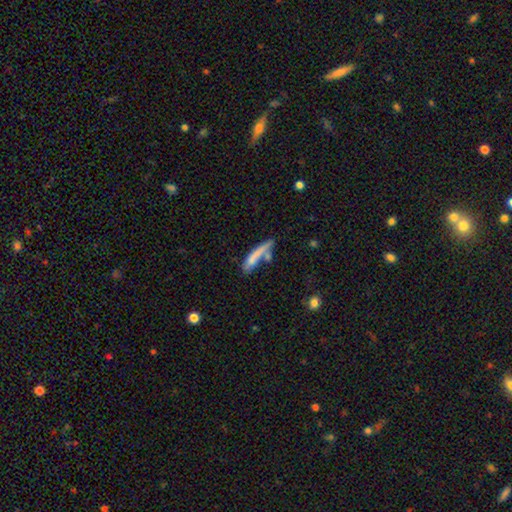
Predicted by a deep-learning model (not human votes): Q: Smooth or featured?
A: smooth (68%); runner-up: featured or disk (24%)
Q: How rounded?
A: cigar-shaped (86%); runner-up: in between (12%)
Q: Merging?
A: none (46%); runner-up: merger (26%)